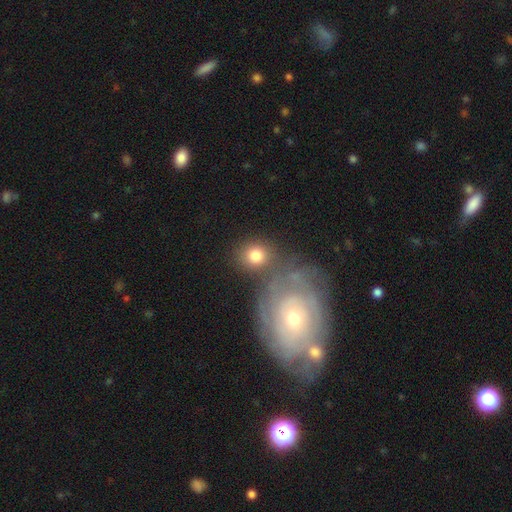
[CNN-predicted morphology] Smooth or featured? Predicted: smooth (p=0.77). How rounded? Predicted: round (p=0.80). Merging? Predicted: none (p=0.68).